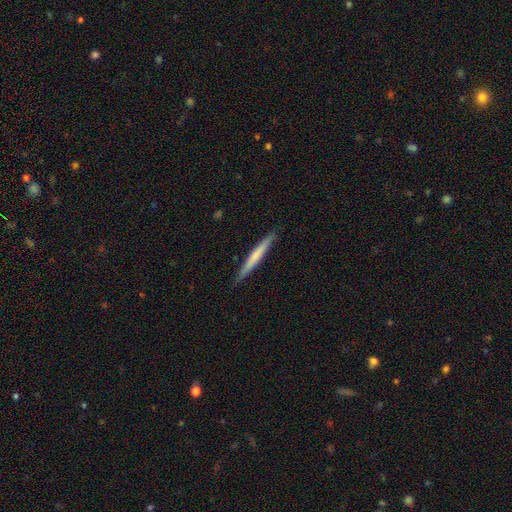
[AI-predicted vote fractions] Q: Smooth or featured?
A: smooth (56%); runner-up: featured or disk (39%)
Q: How rounded?
A: cigar-shaped (97%); runner-up: in between (2%)
Q: Merging?
A: none (90%); runner-up: minor disturbance (8%)